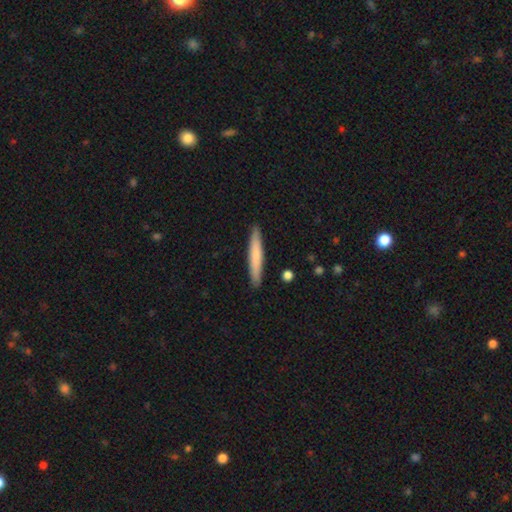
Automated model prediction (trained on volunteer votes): Smooth or featured? Predicted: smooth (p=0.73). How rounded? Predicted: cigar-shaped (p=0.95). Merging? Predicted: none (p=0.92).